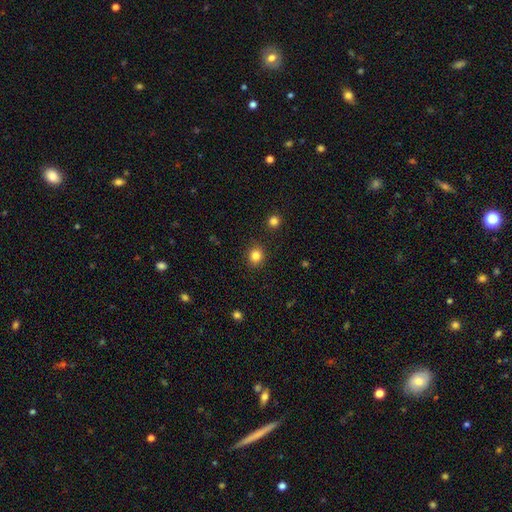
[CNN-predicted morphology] A smooth galaxy with no disk features (83%) that is round (79%).

Vote fractions:
- Smooth or featured? smooth: 83% / star or artifact: 12% / featured or disk: 5%
- How rounded? round: 79% / in between: 20% / cigar-shaped: 1%
- Merging? none: 89% / minor disturbance: 7% / major disturbance: 2% / merger: 2%